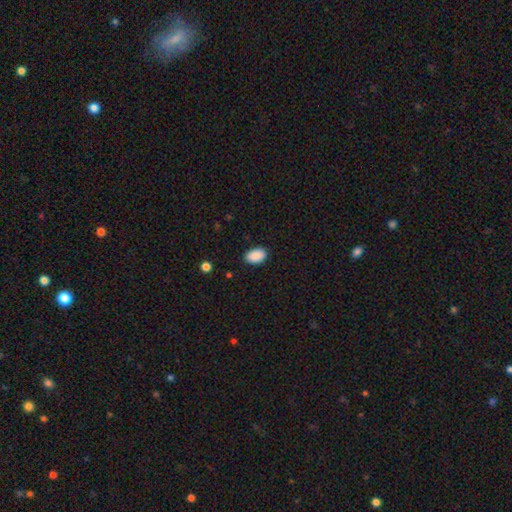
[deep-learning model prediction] Smooth or featured?
  - smooth: 90% *
  - star or artifact: 7%
  - featured or disk: 3%
How rounded?
  - in between: 91% *
  - round: 8%
  - cigar-shaped: 1%
Merging?
  - none: 88% *
  - minor disturbance: 9%
  - major disturbance: 2%
  - merger: 1%